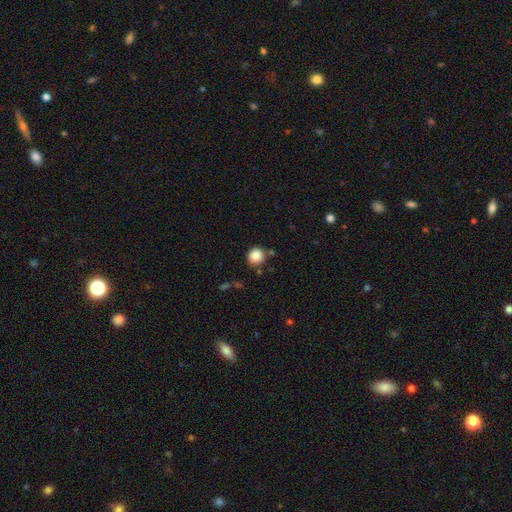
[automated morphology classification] smooth_or_featured: smooth (p=0.87) [alt: star or artifact p=0.09]
how_rounded: round (p=0.90) [alt: in between p=0.09]
merging: none (p=0.78) [alt: minor disturbance p=0.12]